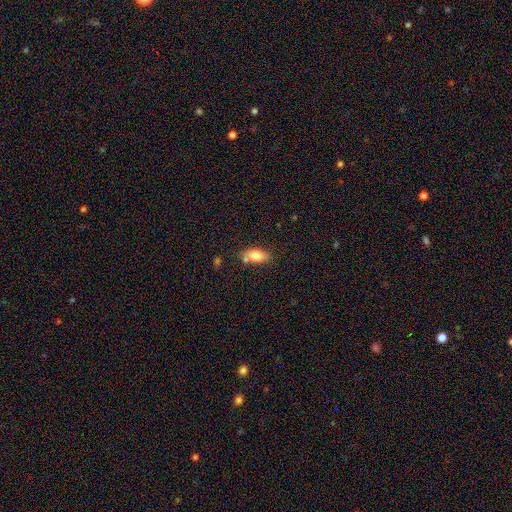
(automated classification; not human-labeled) Q: Smooth or featured?
A: smooth (75%); runner-up: featured or disk (17%)
Q: How rounded?
A: in between (83%); runner-up: cigar-shaped (11%)
Q: Merging?
A: none (66%); runner-up: minor disturbance (18%)